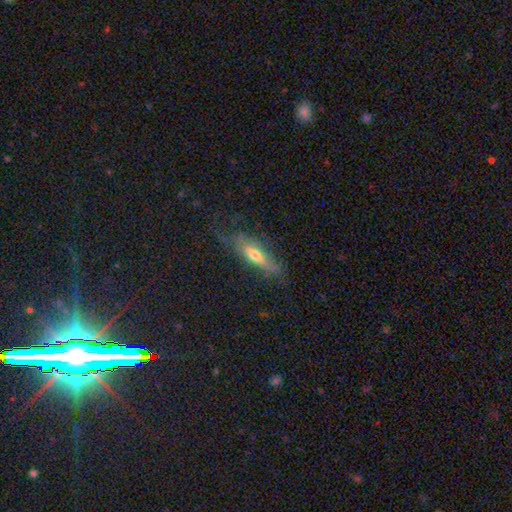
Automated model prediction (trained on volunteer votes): Overall: featured or disk (48%; smooth 45%). Merging: none (62%; minor disturbance 23%).